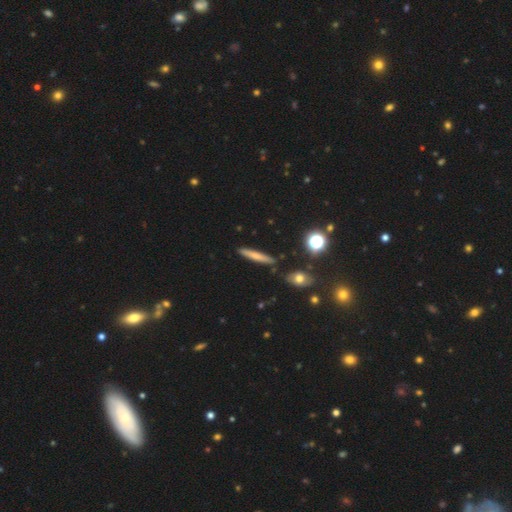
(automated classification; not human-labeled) The model was most divided on "smooth or featured": smooth: 63%, featured or disk: 27%, star or artifact: 9%. More confident: how rounded — cigar-shaped (90%); merging — none (87%).